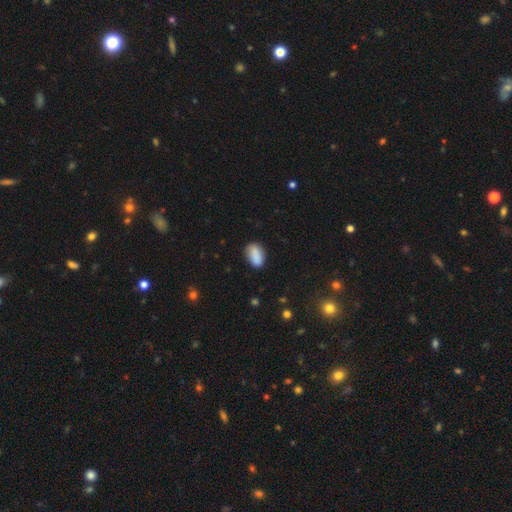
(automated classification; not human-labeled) The model was most divided on "merging": none: 80%, minor disturbance: 15%, major disturbance: 3%, merger: 2%. More confident: how rounded — in between (90%); smooth or featured — smooth (87%).